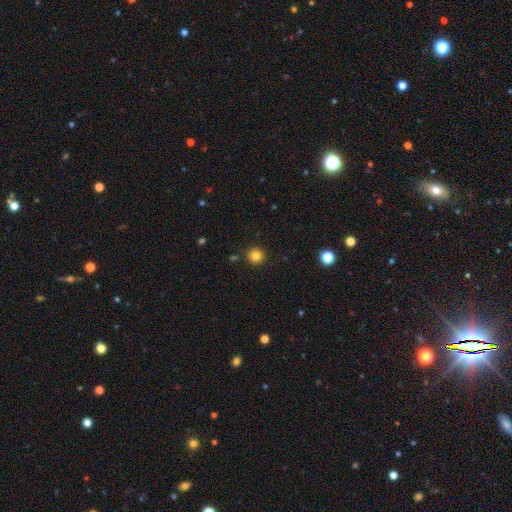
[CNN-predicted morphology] Smooth or featured?
  - smooth: 83% *
  - star or artifact: 12%
  - featured or disk: 5%
How rounded?
  - round: 94% *
  - in between: 5%
  - cigar-shaped: 1%
Merging?
  - none: 91% *
  - minor disturbance: 6%
  - merger: 2%
  - major disturbance: 2%